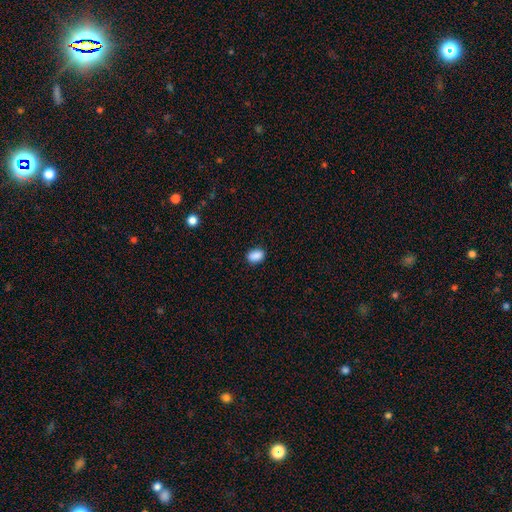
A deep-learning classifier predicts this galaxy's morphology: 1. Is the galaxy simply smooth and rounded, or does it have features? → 89% smooth, 8% star or artifact, 3% featured or disk.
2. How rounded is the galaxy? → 79% in between, 20% round, 1% cigar-shaped.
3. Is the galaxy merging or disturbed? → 88% none, 9% minor disturbance, 2% major disturbance, 1% merger.